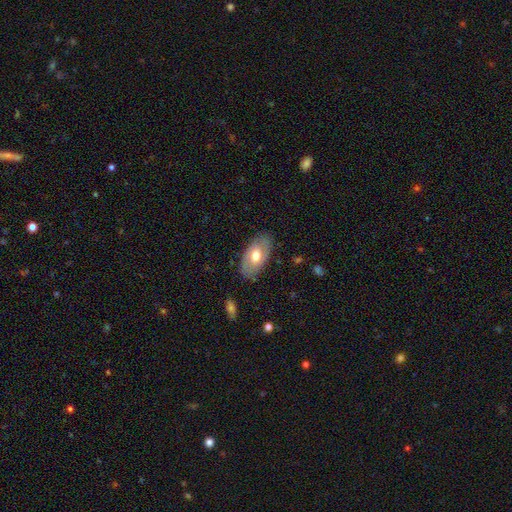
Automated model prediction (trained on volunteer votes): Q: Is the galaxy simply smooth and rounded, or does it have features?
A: smooth — 53%.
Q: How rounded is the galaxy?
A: in between — 93%.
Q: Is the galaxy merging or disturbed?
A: none — 82%.